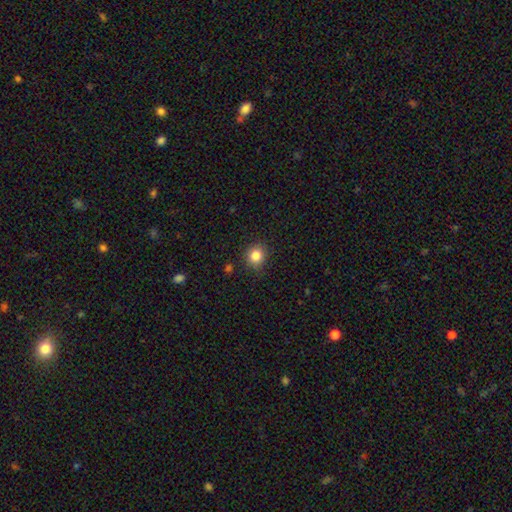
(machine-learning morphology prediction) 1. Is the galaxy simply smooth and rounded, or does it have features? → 84% smooth, 11% star or artifact, 5% featured or disk.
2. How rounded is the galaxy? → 86% round, 13% in between, 1% cigar-shaped.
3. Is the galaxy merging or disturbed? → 86% none, 10% minor disturbance, 3% major disturbance, 1% merger.